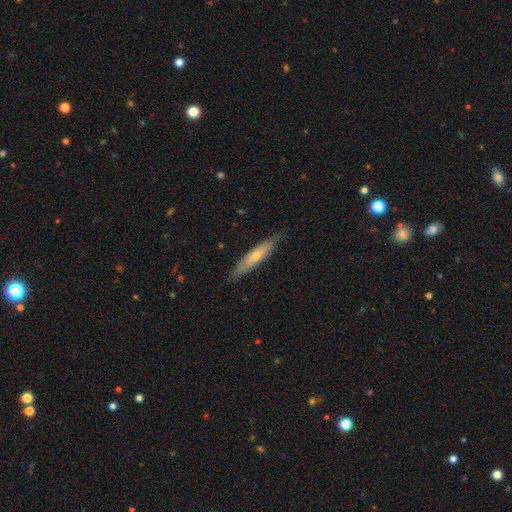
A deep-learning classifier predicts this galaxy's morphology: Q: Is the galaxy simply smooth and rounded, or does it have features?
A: featured or disk — 48%.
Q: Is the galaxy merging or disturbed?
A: none — 82%.